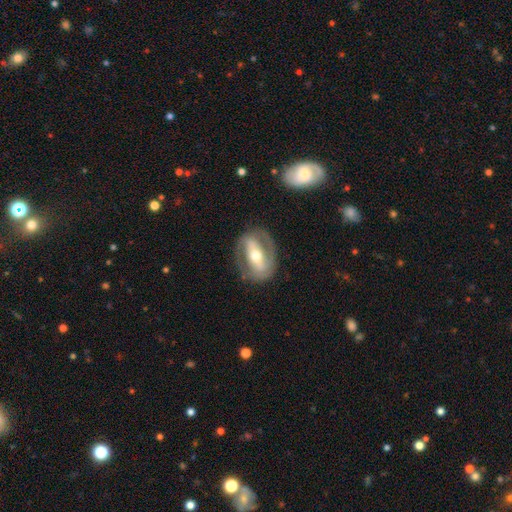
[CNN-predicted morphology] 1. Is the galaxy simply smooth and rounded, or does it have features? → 72% featured or disk, 22% smooth, 5% star or artifact.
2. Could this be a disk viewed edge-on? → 89% no, 11% yes.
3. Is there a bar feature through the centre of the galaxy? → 61% strong, 20% weak, 19% no.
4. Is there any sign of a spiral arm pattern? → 53% yes, 47% no.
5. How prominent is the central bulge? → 65% moderate, 26% small, 7% large, 1% dominant, 1% none.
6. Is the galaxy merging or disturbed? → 79% none, 13% minor disturbance, 7% major disturbance, 1% merger.